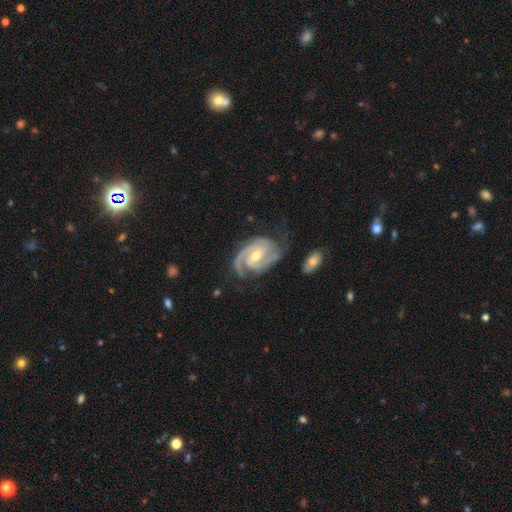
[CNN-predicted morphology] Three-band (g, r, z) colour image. It shows a featured or disk galaxy (92%) with a weak bar (45%), 2 (74%) tight (53%) spiral arms (98%) and a moderate central bulge (55%). Merging: none (67%).